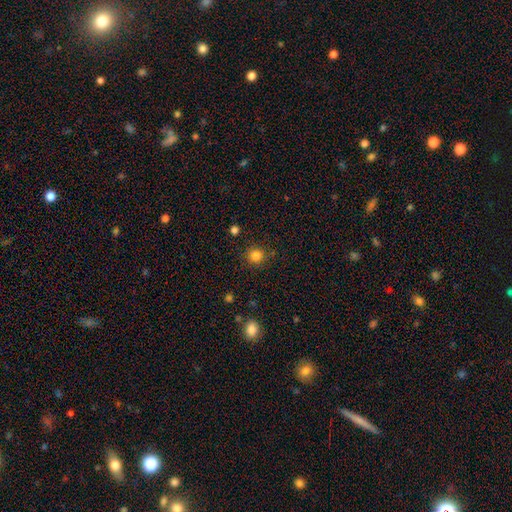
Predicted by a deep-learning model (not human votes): A smooth galaxy with no disk features (84%) that is round (92%). Merging: none (87%).